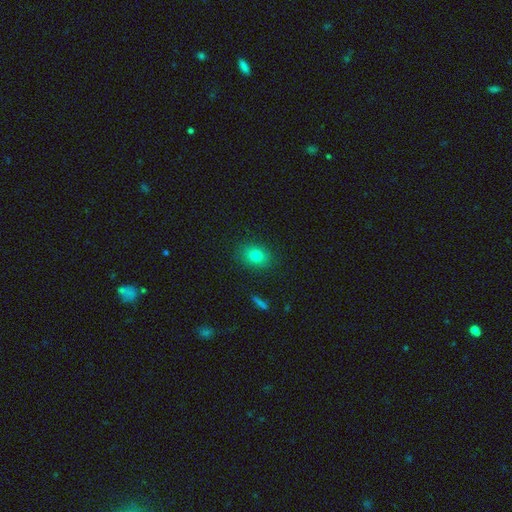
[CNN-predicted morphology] A smooth galaxy with no disk features (79%) that is in between round and cigar-shaped (60%).

Vote fractions:
- Smooth or featured? smooth: 79% / star or artifact: 12% / featured or disk: 9%
- How rounded? in between: 60% / round: 39% / cigar-shaped: 1%
- Merging? none: 87% / minor disturbance: 9% / major disturbance: 3% / merger: 1%